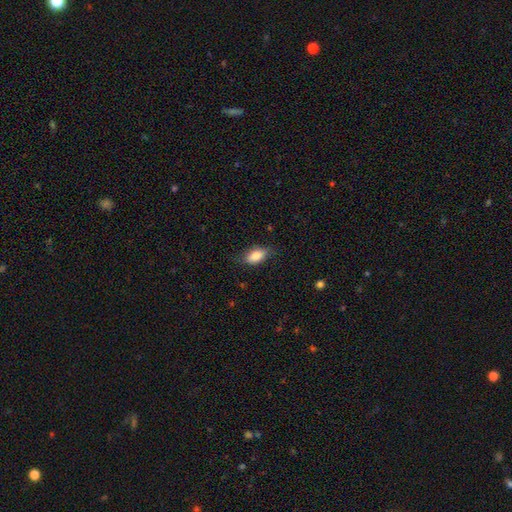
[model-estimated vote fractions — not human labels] Smooth or featured: smooth — 82% (featured or disk — 11%)
How rounded: in between — 88% (cigar-shaped — 6%)
Merging: none — 74% (minor disturbance — 20%)